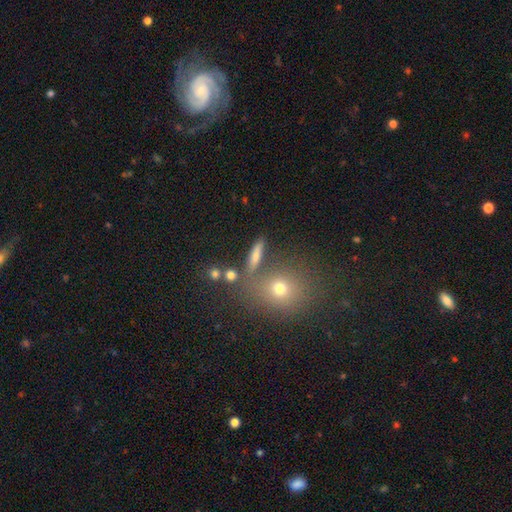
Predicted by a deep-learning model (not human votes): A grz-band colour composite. It shows a smooth galaxy with no disk features (71%) that is cigar-shaped (57%). Merging: none (73%).